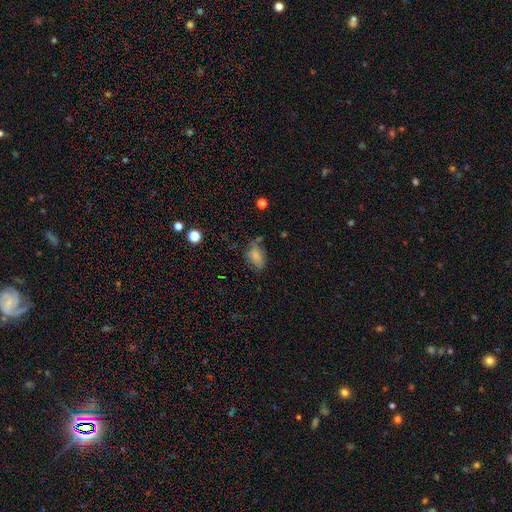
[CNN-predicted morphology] A smooth galaxy with no disk features (78%) that is in between round and cigar-shaped (87%). Merging: none (57%).